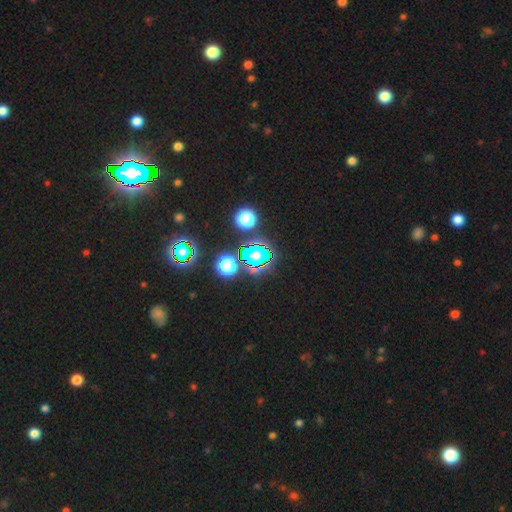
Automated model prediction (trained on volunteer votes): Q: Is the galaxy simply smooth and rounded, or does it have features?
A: star or artifact — 58%.